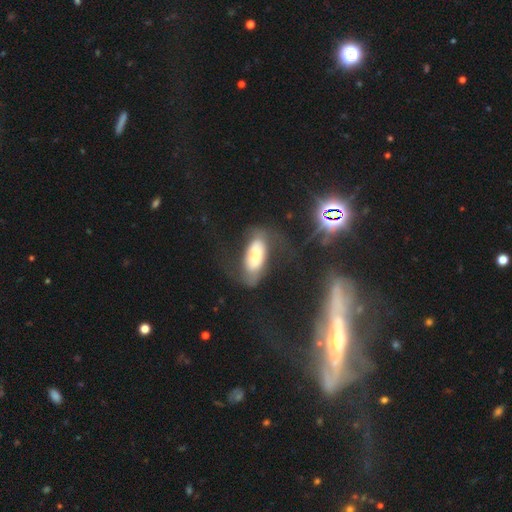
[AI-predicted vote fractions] smooth-or-featured: smooth: 52% | featured or disk: 39% | star or artifact: 9%
  how-rounded: in between: 81% | cigar-shaped: 17% | round: 3%
  merging: none: 43% | major disturbance: 29% | minor disturbance: 25% | merger: 4%